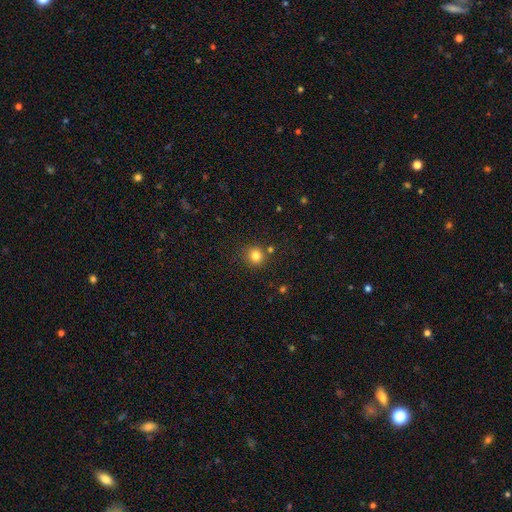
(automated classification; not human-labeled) This appears to be a smooth galaxy with no disk features (82%) that is round (92%). Merging: none (82%).